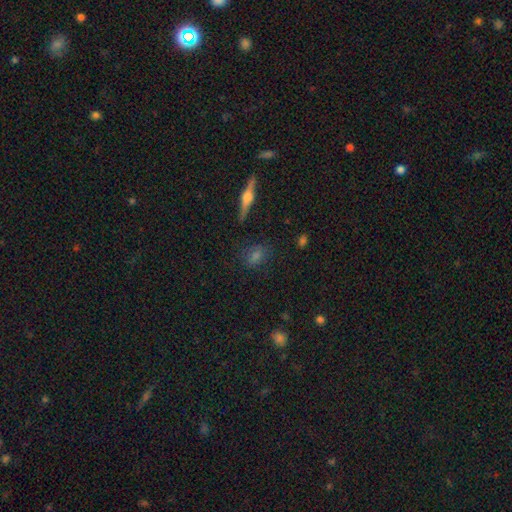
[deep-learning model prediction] The model was most divided on "smooth or featured": smooth: 54%, featured or disk: 28%, star or artifact: 18%. More confident: merging — none (82%); how rounded — in between (63%).